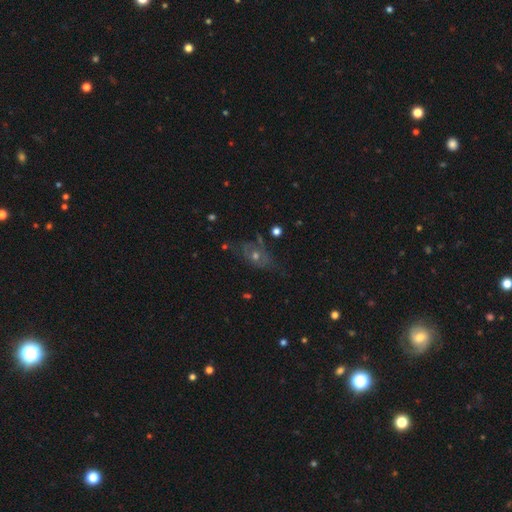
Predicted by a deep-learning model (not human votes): Q: Smooth or featured?
A: featured or disk (50%); runner-up: smooth (29%)
Q: Edge-on disk?
A: no (88%); runner-up: yes (12%)
Q: Merging?
A: none (58%); runner-up: minor disturbance (23%)